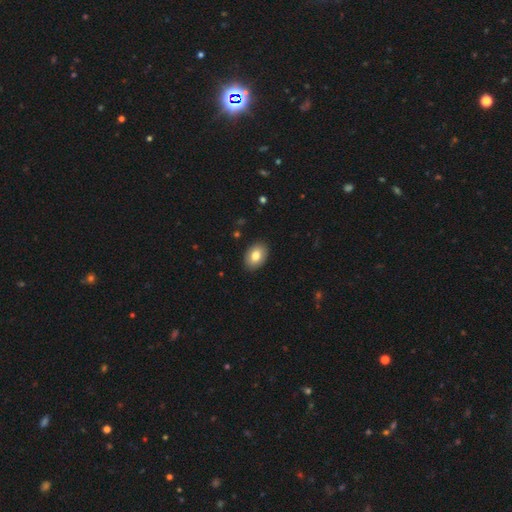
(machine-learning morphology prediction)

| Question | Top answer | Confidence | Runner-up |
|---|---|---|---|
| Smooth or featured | smooth | 81% | featured or disk (12%) |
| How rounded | in between | 86% | round (13%) |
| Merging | none | 90% | minor disturbance (8%) |